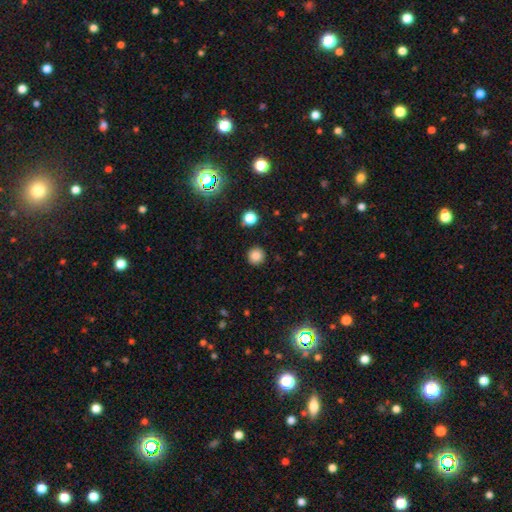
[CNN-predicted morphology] Overall: smooth (83%). How rounded: round (94%). Merging: none (91%).